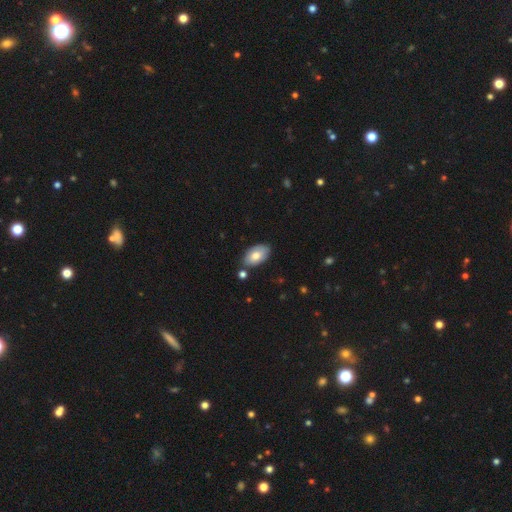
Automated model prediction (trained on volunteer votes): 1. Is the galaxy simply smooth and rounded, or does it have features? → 73% smooth, 21% featured or disk, 6% star or artifact.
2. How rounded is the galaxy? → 94% in between, 4% round, 2% cigar-shaped.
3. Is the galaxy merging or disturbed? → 75% none, 16% minor disturbance, 6% merger, 3% major disturbance.